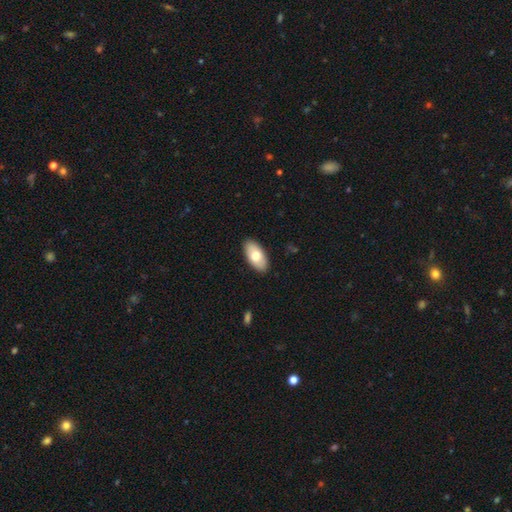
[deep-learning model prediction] Q: Smooth or featured?
A: smooth (74%); runner-up: featured or disk (21%)
Q: How rounded?
A: in between (93%); runner-up: cigar-shaped (4%)
Q: Merging?
A: none (89%); runner-up: minor disturbance (8%)